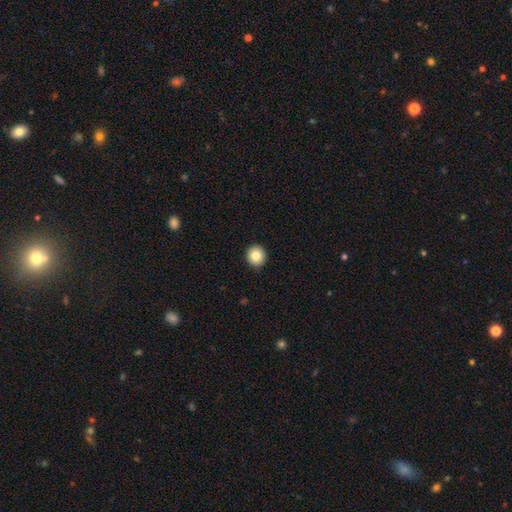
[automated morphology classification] This is clearly a smooth galaxy (83%). How rounded: clearly round (92%). Merging: clearly none (92%).